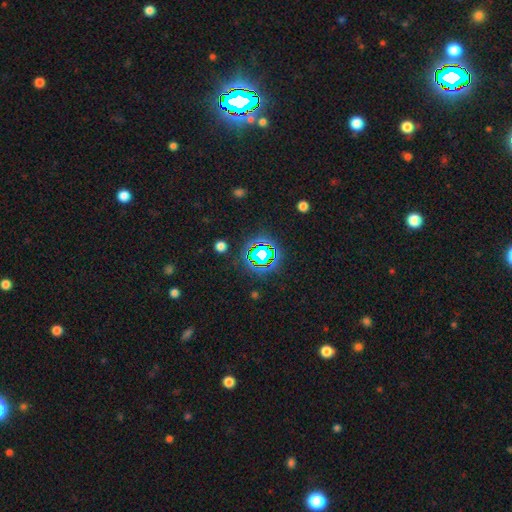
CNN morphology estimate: Smooth or featured?
  - star or artifact: 76% *
  - smooth: 16%
  - featured or disk: 9%